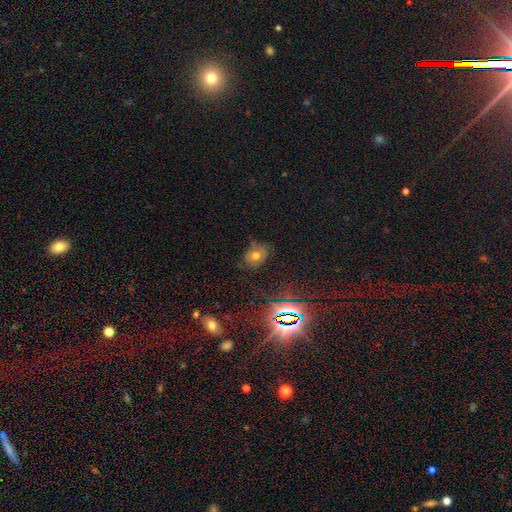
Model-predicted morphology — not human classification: A smooth galaxy with no disk features (55%) that is in between round and cigar-shaped (53%).

Vote fractions:
- Smooth or featured? smooth: 55% / star or artifact: 23% / featured or disk: 22%
- How rounded? in between: 53% / round: 46% / cigar-shaped: 1%
- Merging? none: 63% / minor disturbance: 26% / major disturbance: 9% / merger: 2%